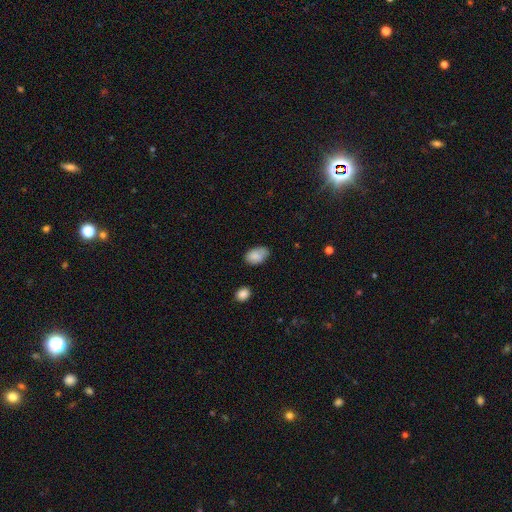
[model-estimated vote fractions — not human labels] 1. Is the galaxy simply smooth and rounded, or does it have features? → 86% smooth, 8% star or artifact, 7% featured or disk.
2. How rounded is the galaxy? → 91% in between, 8% round, 1% cigar-shaped.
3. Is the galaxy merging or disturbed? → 69% none, 24% minor disturbance, 5% major disturbance, 2% merger.